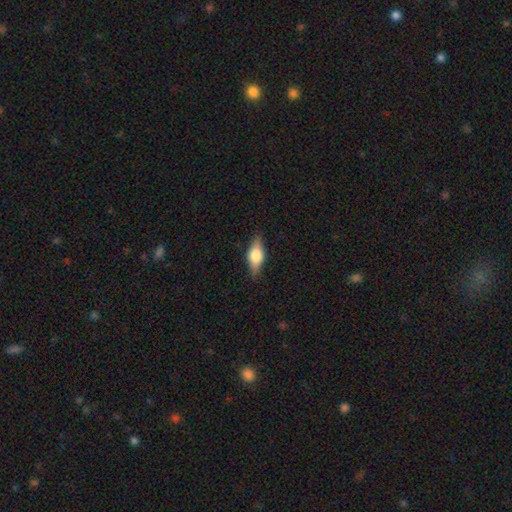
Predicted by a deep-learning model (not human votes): This appears to be a smooth galaxy with no disk features (47%). Merging: none (84%).